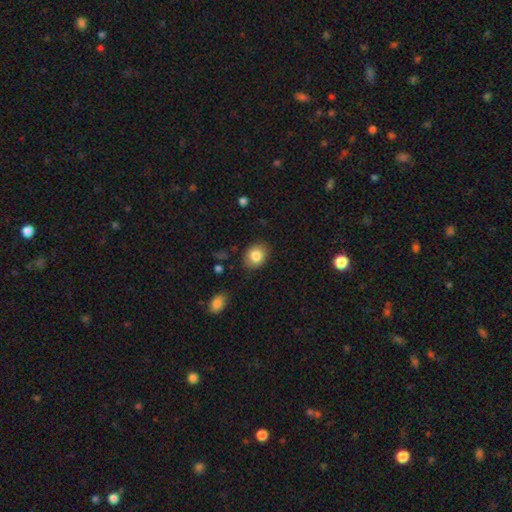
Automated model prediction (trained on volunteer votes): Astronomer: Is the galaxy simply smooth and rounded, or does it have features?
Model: smooth — 83%.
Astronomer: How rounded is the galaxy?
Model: round — 50%, tied with in between at 50%.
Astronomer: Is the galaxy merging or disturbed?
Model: none — 85%.